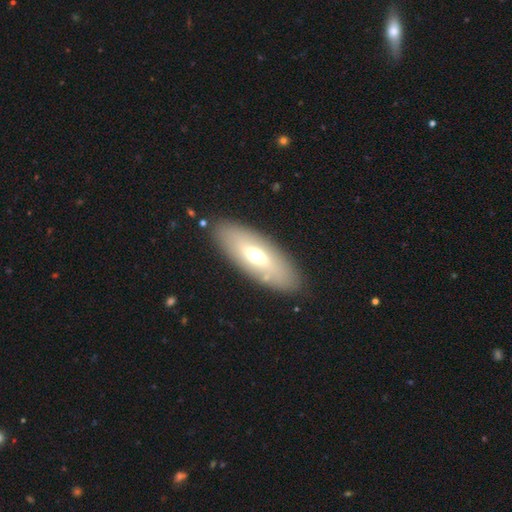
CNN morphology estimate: A smooth galaxy with no disk features (54%) that is in between round and cigar-shaped (74%). Merging: none (85%).